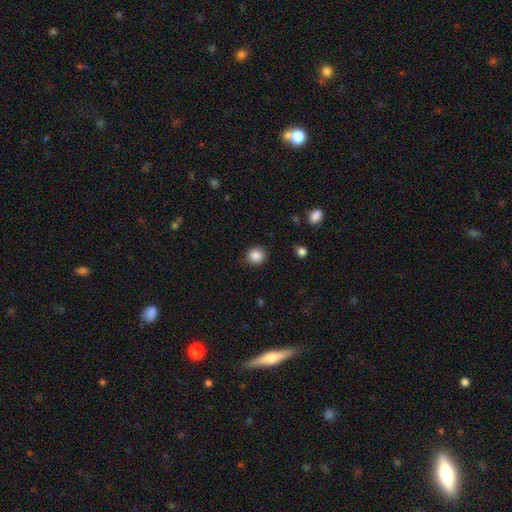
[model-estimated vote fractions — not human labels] The model was most divided on "merging": none: 85%, minor disturbance: 11%, major disturbance: 3%, merger: 1%. More confident: smooth or featured — smooth (87%); how rounded — round (86%).